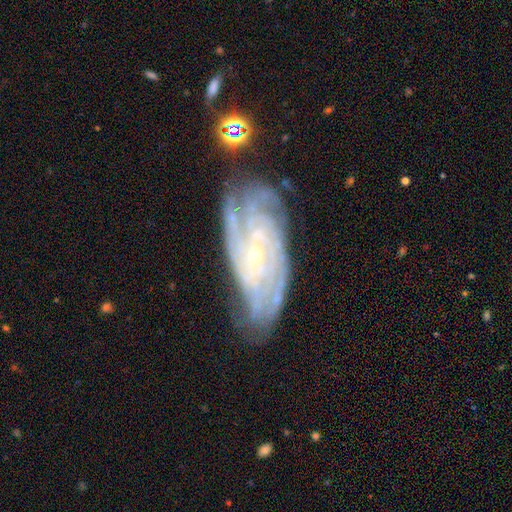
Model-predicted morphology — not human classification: This appears to be a featured or disk galaxy (86%) with no bar (67%), tight (70%) spiral arms (96%) and a small central bulge (82%). Merging: none (70%).